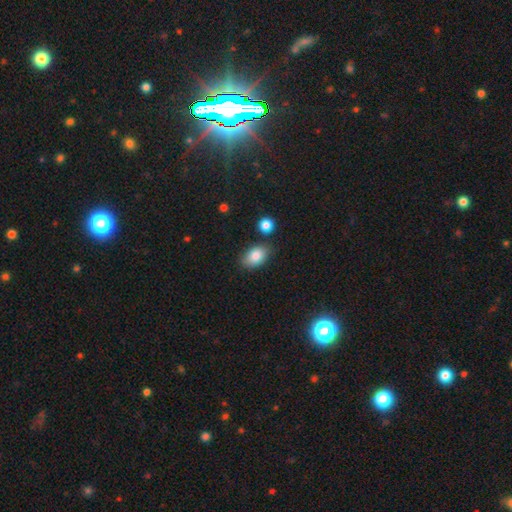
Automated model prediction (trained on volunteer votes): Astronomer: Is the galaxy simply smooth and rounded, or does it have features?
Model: smooth — 84%.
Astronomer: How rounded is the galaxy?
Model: in between — 88%.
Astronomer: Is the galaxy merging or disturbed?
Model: none — 77%.